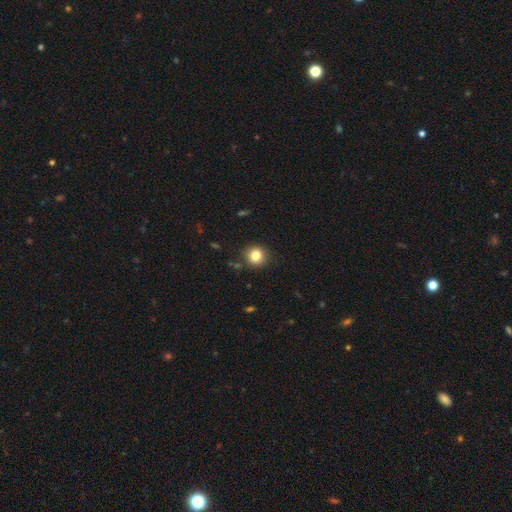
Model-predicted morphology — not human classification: A smooth galaxy with no disk features (82%) that is round (87%).

Vote fractions:
- Smooth or featured? smooth: 82% / star or artifact: 11% / featured or disk: 6%
- How rounded? round: 87% / in between: 12% / cigar-shaped: 1%
- Merging? none: 88% / minor disturbance: 8% / major disturbance: 2% / merger: 2%